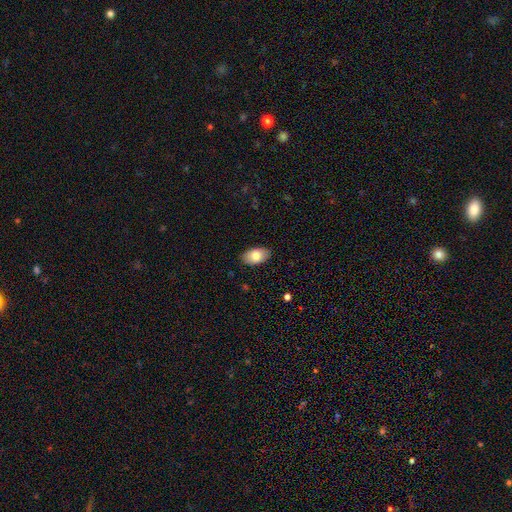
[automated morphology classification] smooth 85%, featured or disk 9%, star or artifact 6%. Down the decision tree: how rounded — in between (93%); merging — none (86%).